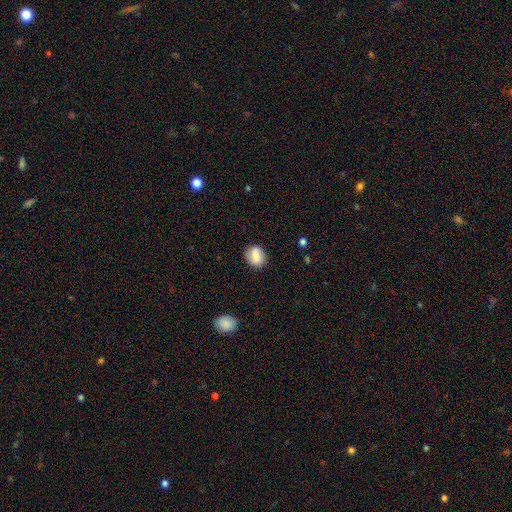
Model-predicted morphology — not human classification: Overall: smooth (75%). How rounded: round (51%; in between 47%). Merging: none (83%).